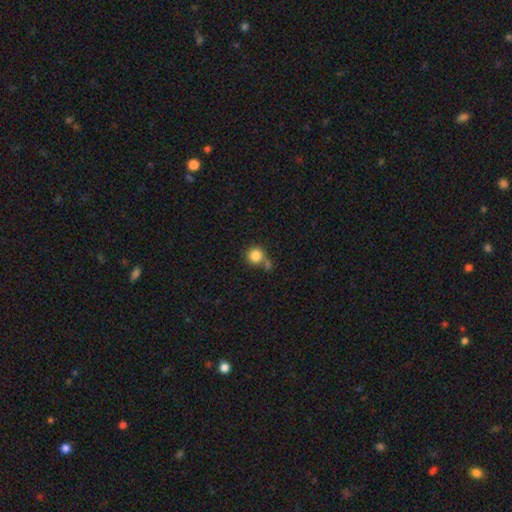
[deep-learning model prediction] Morphology: type=smooth (84%); roundness=round (93%); merging=none (60%).